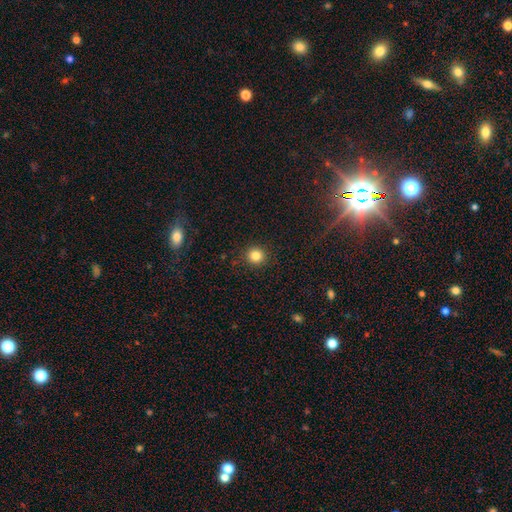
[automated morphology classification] This is clearly a smooth galaxy (83%). How rounded: clearly round (93%). Merging: clearly none (91%).